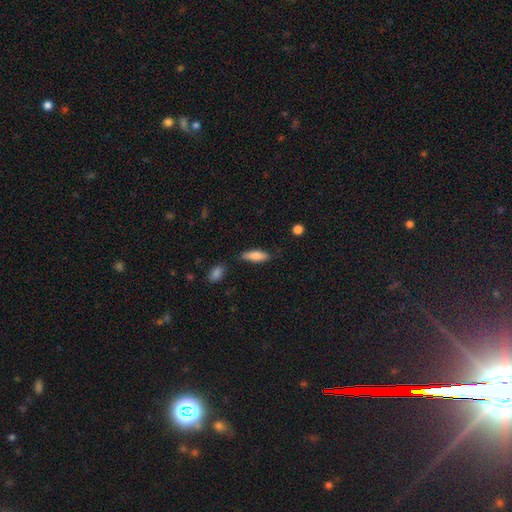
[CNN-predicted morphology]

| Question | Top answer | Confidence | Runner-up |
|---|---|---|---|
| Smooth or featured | smooth | 78% | featured or disk (16%) |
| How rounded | in between | 55% | cigar-shaped (43%) |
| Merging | none | 73% | minor disturbance (19%) |